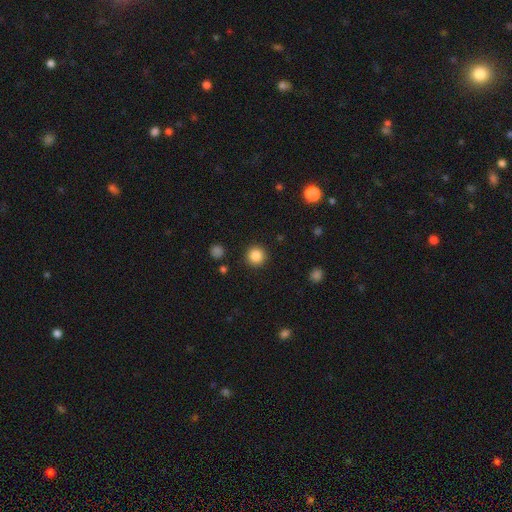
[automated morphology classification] smooth_or_featured: smooth (p=0.85) [alt: star or artifact p=0.10]
how_rounded: round (p=0.95) [alt: in between p=0.04]
merging: none (p=0.92) [alt: minor disturbance p=0.05]